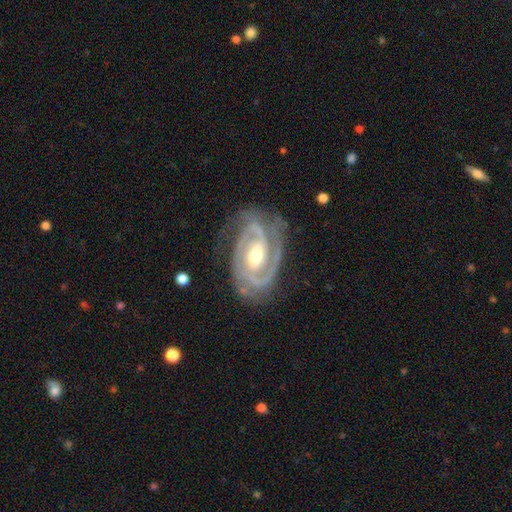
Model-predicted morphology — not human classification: Smooth or featured? featured or disk (93%)
Edge-on disk? no (97%)
Bar? weak (38%)
Spiral arms? yes (98%)
Spiral winding? tight (66%)
Spiral arm count? 2 (78%)
Bulge size? moderate (67%)
Merging? none (77%)